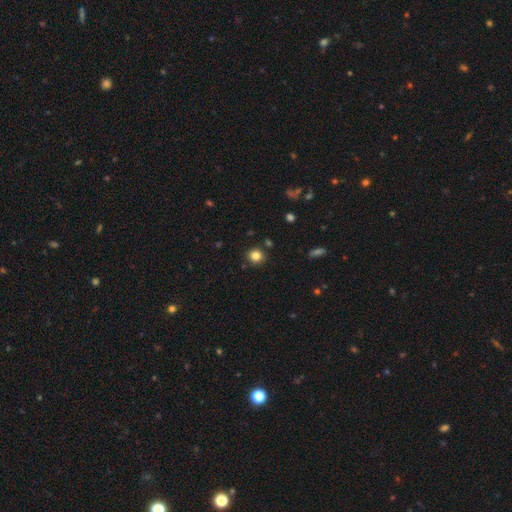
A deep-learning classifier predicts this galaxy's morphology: Smooth or featured? smooth (83%)
How rounded? round (88%)
Merging? none (88%)